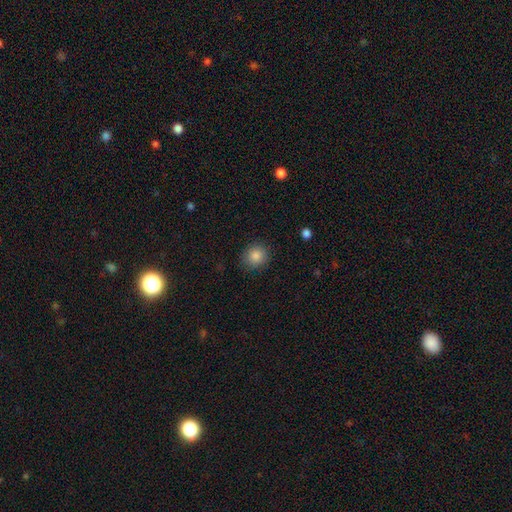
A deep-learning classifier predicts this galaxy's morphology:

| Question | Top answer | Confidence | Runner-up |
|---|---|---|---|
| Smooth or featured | smooth | 86% | star or artifact (10%) |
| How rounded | round | 84% | in between (16%) |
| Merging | none | 87% | minor disturbance (9%) |